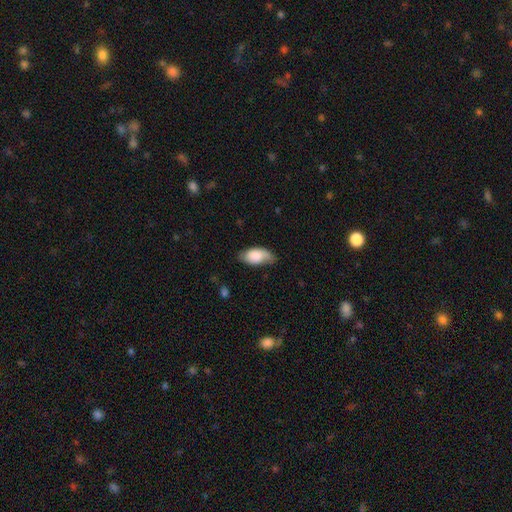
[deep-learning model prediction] Morphology: type=smooth (77%); roundness=in between (93%); merging=none (58%).